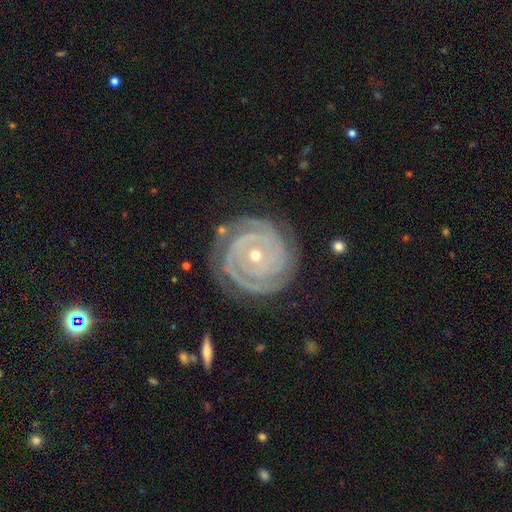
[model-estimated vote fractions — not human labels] Smooth or featured: featured or disk — 91% (star or artifact — 5%)
Edge-on disk: no — 97% (yes — 3%)
Bar: no — 71% (weak — 18%)
Spiral arms: yes — 98% (no — 2%)
Spiral winding: tight — 88% (medium — 10%)
Spiral arm count: 2 — 48% (3 — 21%)
Bulge size: small — 59% (moderate — 38%)
Merging: none — 80% (minor disturbance — 14%)